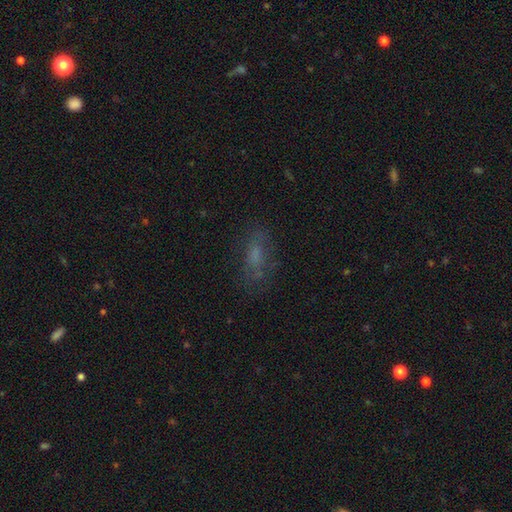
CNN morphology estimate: The model was most divided on "smooth or featured": smooth: 53%, featured or disk: 27%, star or artifact: 20%. More confident: how rounded — in between (76%); merging — none (66%).